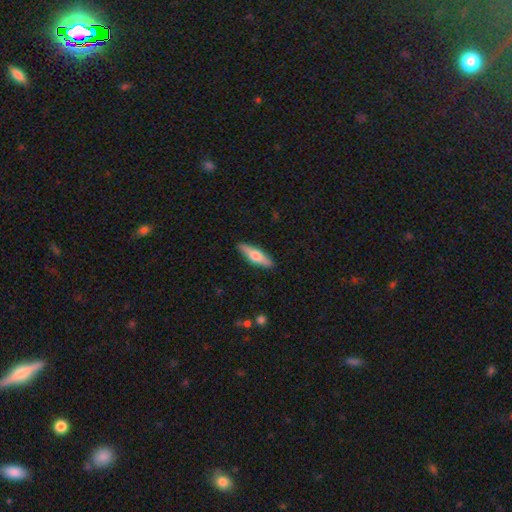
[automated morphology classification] This is possibly a smooth galaxy (55%). How rounded: likely cigar-shaped (65%). Merging: clearly none (90%).